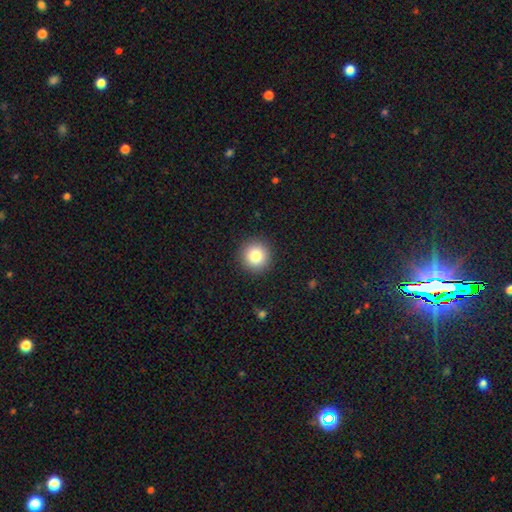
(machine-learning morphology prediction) Smooth or featured?
  - smooth: 83% *
  - star or artifact: 10%
  - featured or disk: 7%
How rounded?
  - round: 95% *
  - in between: 4%
  - cigar-shaped: 1%
Merging?
  - none: 92% *
  - minor disturbance: 5%
  - major disturbance: 2%
  - merger: 1%